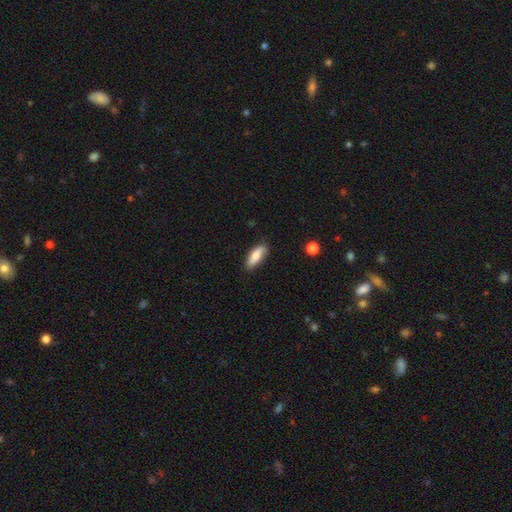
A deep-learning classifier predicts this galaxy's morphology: This is likely a smooth galaxy (80%). How rounded: likely in between (67%). Merging: clearly none (82%).